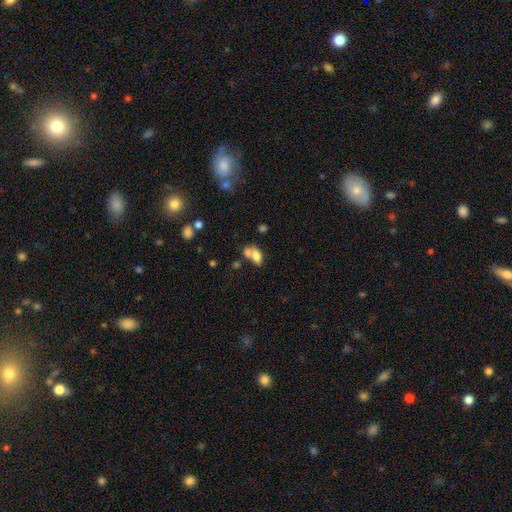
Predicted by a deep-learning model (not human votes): A smooth galaxy with no disk features (69%) that is in between round and cigar-shaped (83%).

Vote fractions:
- Smooth or featured? smooth: 69% / featured or disk: 20% / star or artifact: 11%
- How rounded? in between: 83% / round: 12% / cigar-shaped: 5%
- Merging? merger: 52% / none: 29% / minor disturbance: 11% / major disturbance: 7%